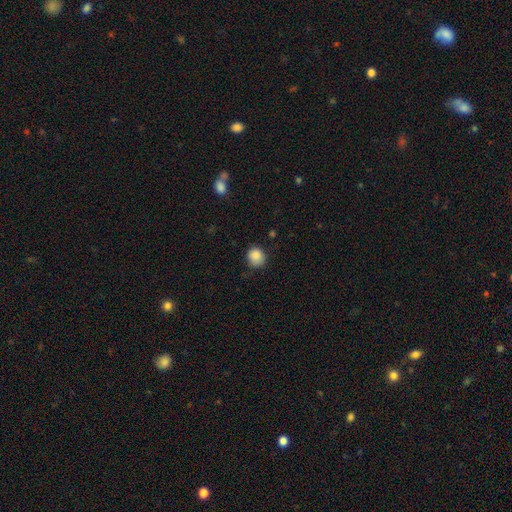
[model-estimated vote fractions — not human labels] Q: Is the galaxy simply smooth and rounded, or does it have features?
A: smooth — 87%.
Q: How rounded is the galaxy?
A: round — 80%.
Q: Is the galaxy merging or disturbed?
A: none — 74%.